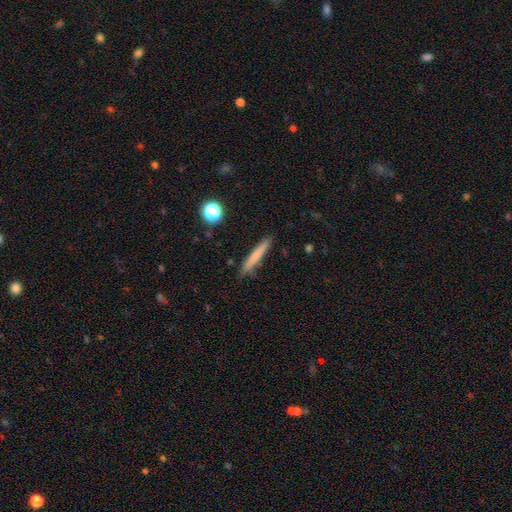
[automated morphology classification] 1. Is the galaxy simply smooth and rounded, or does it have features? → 69% smooth, 24% featured or disk, 8% star or artifact.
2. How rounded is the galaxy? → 94% cigar-shaped, 4% in between, 2% round.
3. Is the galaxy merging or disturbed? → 85% none, 11% minor disturbance, 2% major disturbance, 2% merger.